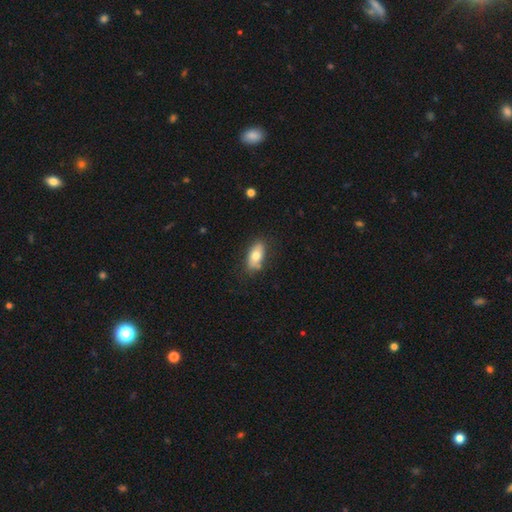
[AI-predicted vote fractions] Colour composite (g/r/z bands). It shows a smooth galaxy with no disk features (72%) that is in between round and cigar-shaped (86%). Merging: none (78%).